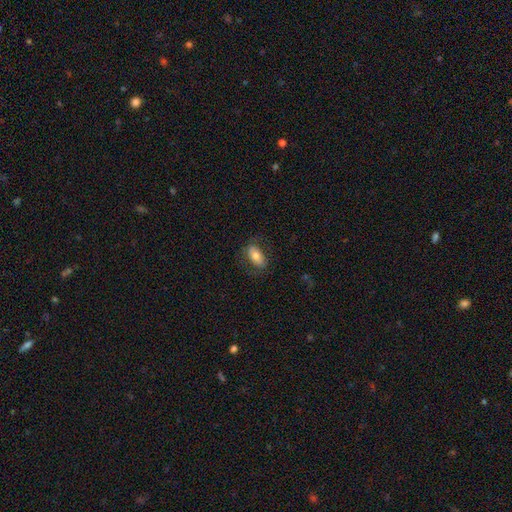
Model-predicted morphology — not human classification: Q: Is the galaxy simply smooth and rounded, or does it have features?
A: smooth — 70%.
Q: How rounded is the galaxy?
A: in between — 90%.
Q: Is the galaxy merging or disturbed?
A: none — 75%.